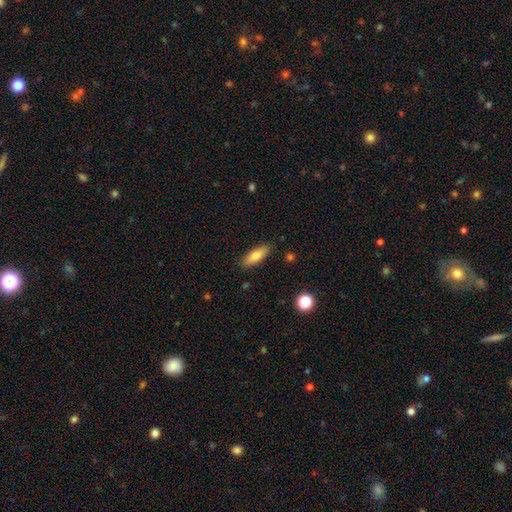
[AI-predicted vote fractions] Smooth or featured?
  - smooth: 78% *
  - featured or disk: 15%
  - star or artifact: 7%
How rounded?
  - in between: 60% *
  - cigar-shaped: 38%
  - round: 2%
Merging?
  - none: 87% *
  - minor disturbance: 10%
  - major disturbance: 2%
  - merger: 1%